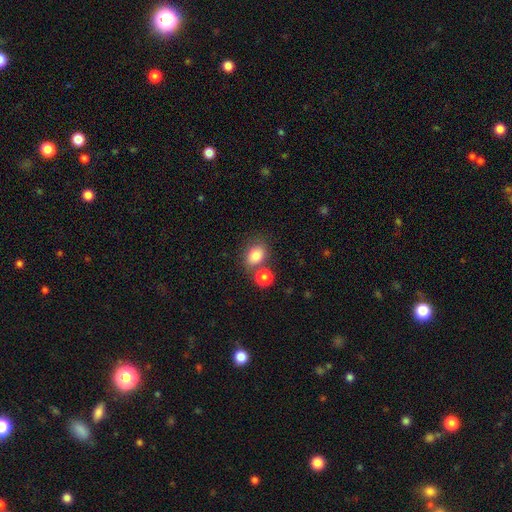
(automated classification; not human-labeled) smooth-or-featured: smooth: 82% | star or artifact: 10% | featured or disk: 8%
  how-rounded: in between: 58% | round: 41% | cigar-shaped: 1%
  merging: none: 56% | merger: 27% | minor disturbance: 12% | major disturbance: 4%